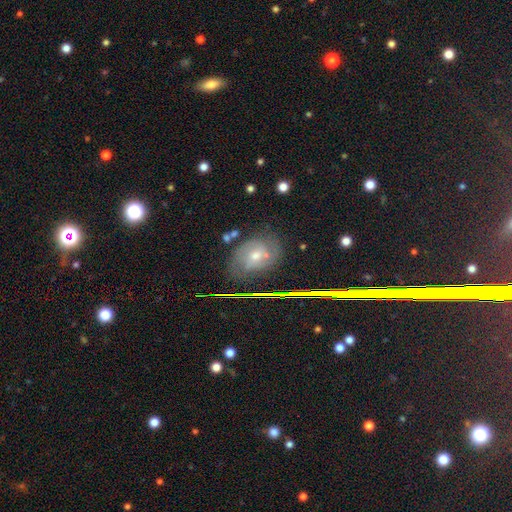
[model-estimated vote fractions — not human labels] Smooth or featured: featured or disk — 64% (smooth — 19%)
Edge-on disk: no — 94% (yes — 6%)
Bar: no — 56% (weak — 36%)
Spiral arms: yes — 88% (no — 12%)
Spiral winding: tight — 52% (medium — 35%)
Spiral arm count: 2 — 43% (can't tell — 33%)
Bulge size: moderate — 53% (small — 41%)
Merging: none — 73% (minor disturbance — 17%)